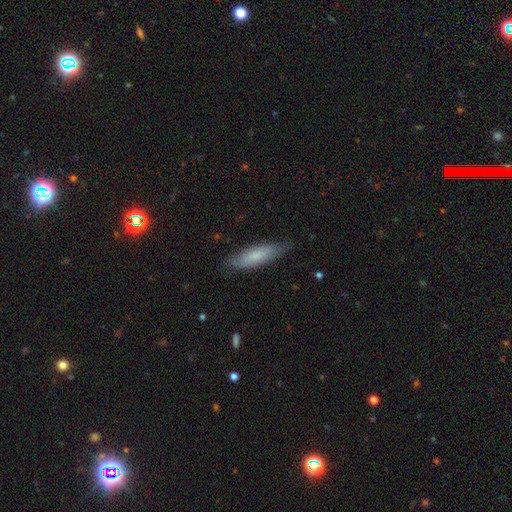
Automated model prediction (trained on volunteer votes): Morphology: type=smooth (74%); roundness=cigar-shaped (66%); merging=none (80%).